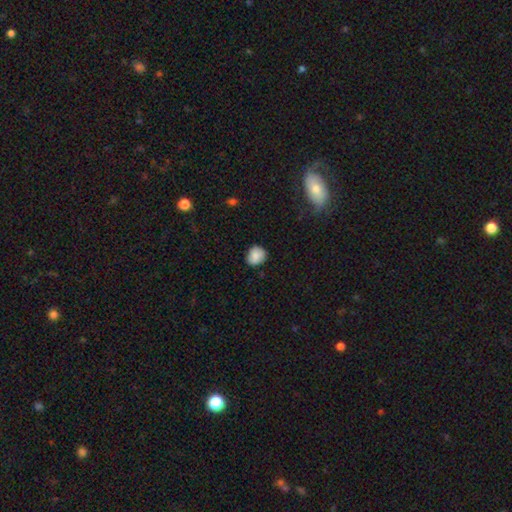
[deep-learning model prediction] A smooth galaxy with no disk features (85%) that is round (73%).

Vote fractions:
- Smooth or featured? smooth: 85% / star or artifact: 8% / featured or disk: 7%
- How rounded? round: 73% / in between: 26% / cigar-shaped: 1%
- Merging? none: 79% / minor disturbance: 16% / major disturbance: 3% / merger: 1%